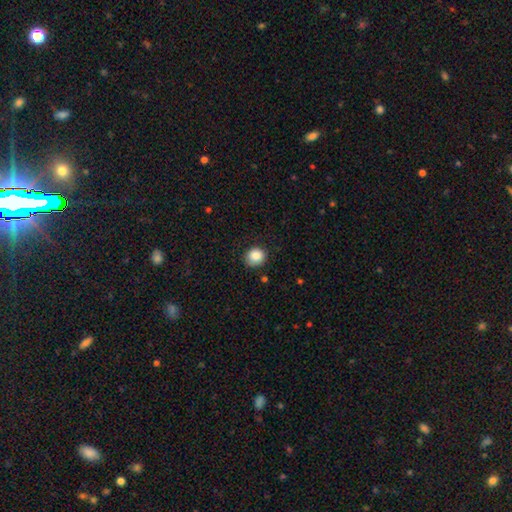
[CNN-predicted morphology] The model was most divided on "how rounded": round: 81%, in between: 18%, cigar-shaped: 1%. More confident: smooth or featured — smooth (86%); merging — none (81%).